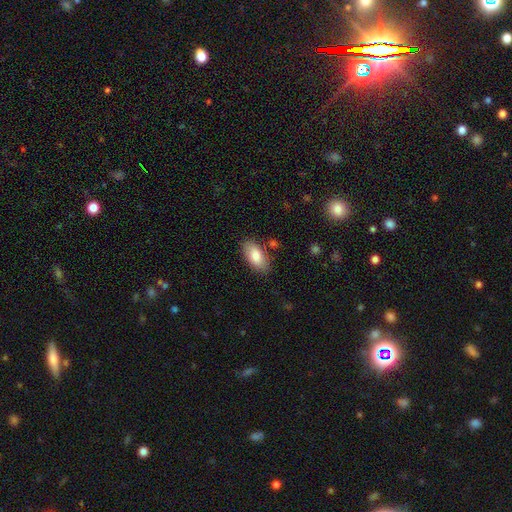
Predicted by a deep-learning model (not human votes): Q: Smooth or featured?
A: smooth (80%); runner-up: featured or disk (14%)
Q: How rounded?
A: in between (92%); runner-up: cigar-shaped (5%)
Q: Merging?
A: none (83%); runner-up: minor disturbance (12%)